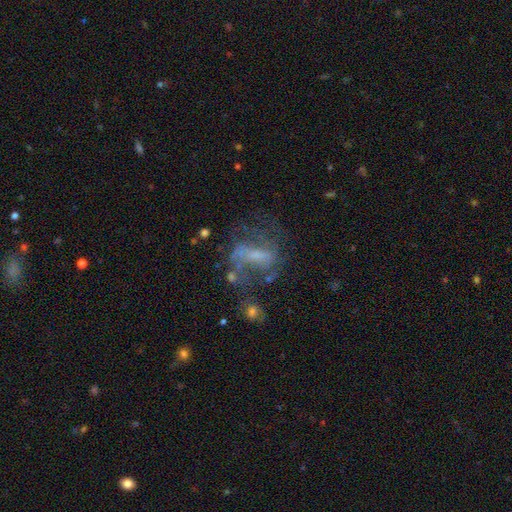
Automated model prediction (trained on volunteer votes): Smooth or featured? Predicted: featured or disk (p=0.66). Edge-on disk? Predicted: no (p=0.93). Bar? Predicted: weak (p=0.39). Spiral arms? Predicted: yes (p=0.63). Bulge size? Predicted: small (p=0.40). Merging? Predicted: none (p=0.42).